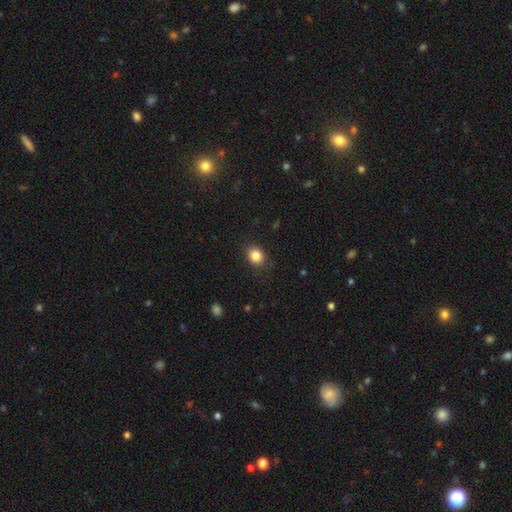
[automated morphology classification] Overall: smooth (85%). How rounded: round (61%; in between 38%). Merging: none (86%).